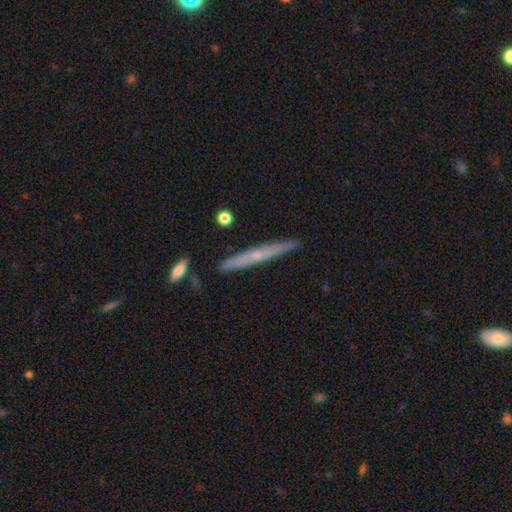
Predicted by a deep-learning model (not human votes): Morphology: type=featured or disk (55%); edge-on=yes (96%); edge-on bulge=rounded (49%); merging=none (87%).